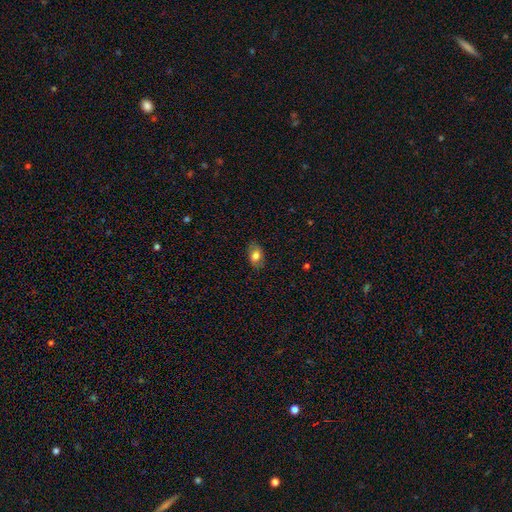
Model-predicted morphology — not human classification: A smooth galaxy with no disk features (77%) that is in between round and cigar-shaped (86%). Merging: none (82%).